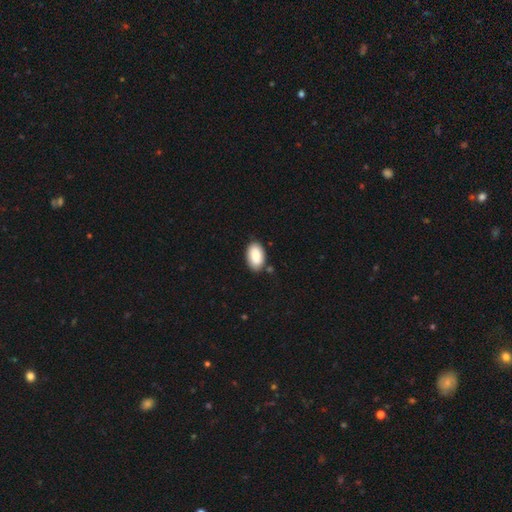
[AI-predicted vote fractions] Smooth or featured? smooth (86%)
How rounded? in between (94%)
Merging? none (81%)